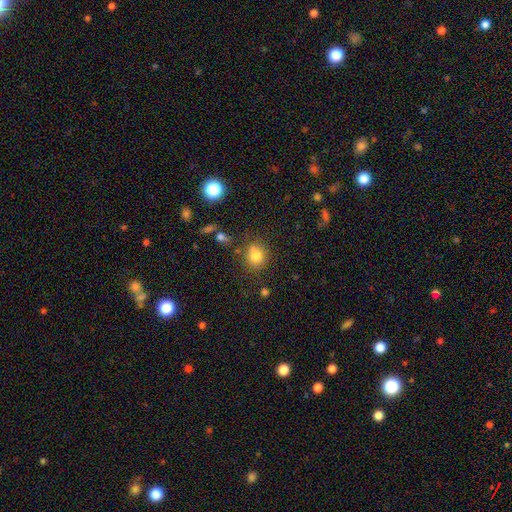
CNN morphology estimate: Smooth or featured? smooth (79%)
How rounded? round (76%)
Merging? none (69%)